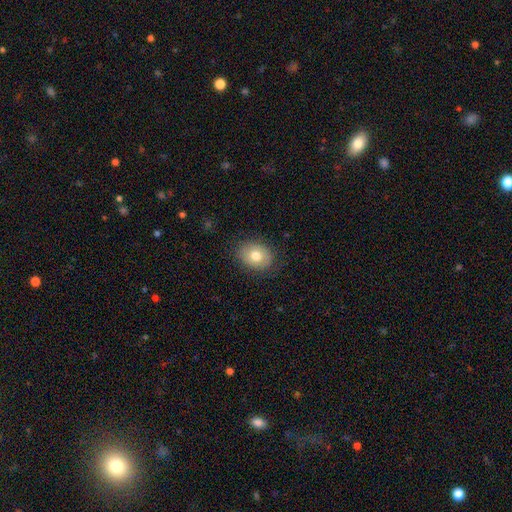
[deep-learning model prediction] The model was most divided on "how rounded": in between: 60%, round: 39%, cigar-shaped: 1%. More confident: merging — none (83%); smooth or featured — smooth (74%).